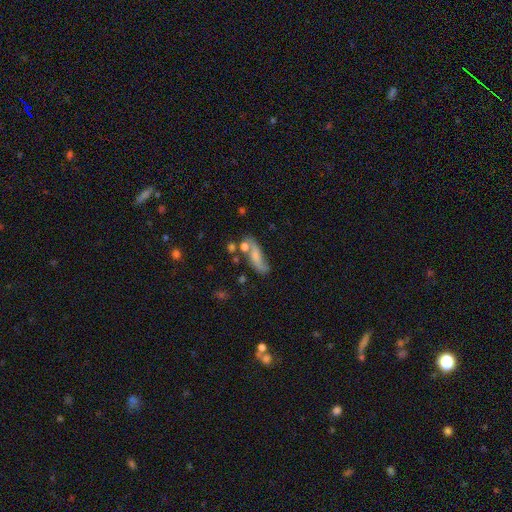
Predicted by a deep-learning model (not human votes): Smooth or featured? Predicted: featured or disk (p=0.49). Merging? Predicted: none (p=0.48).